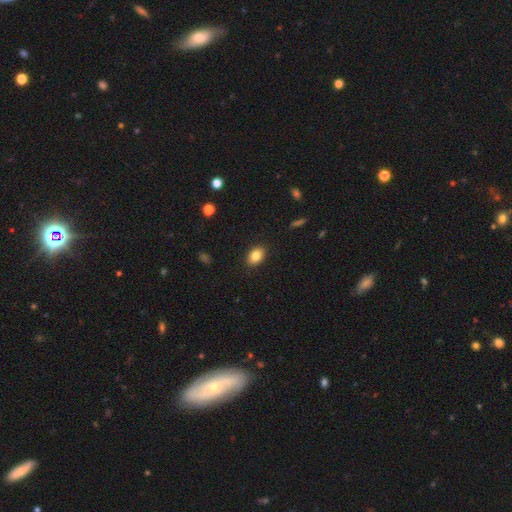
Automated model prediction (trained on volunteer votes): Smooth or featured? Predicted: smooth (p=0.83). How rounded? Predicted: in between (p=0.80). Merging? Predicted: none (p=0.89).